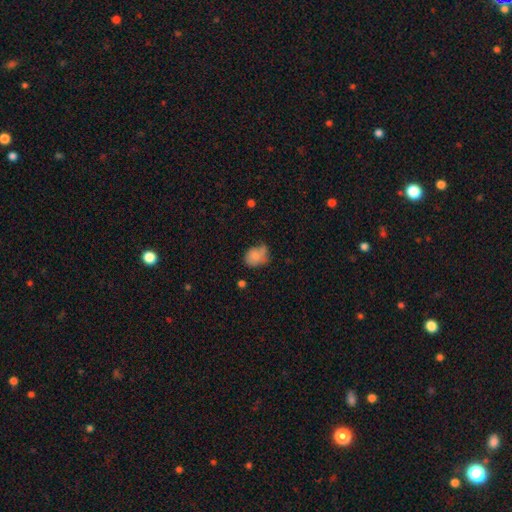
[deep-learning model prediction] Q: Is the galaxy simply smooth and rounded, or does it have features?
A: smooth — 76%.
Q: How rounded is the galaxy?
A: round — 51%.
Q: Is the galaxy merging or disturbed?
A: none — 42%.